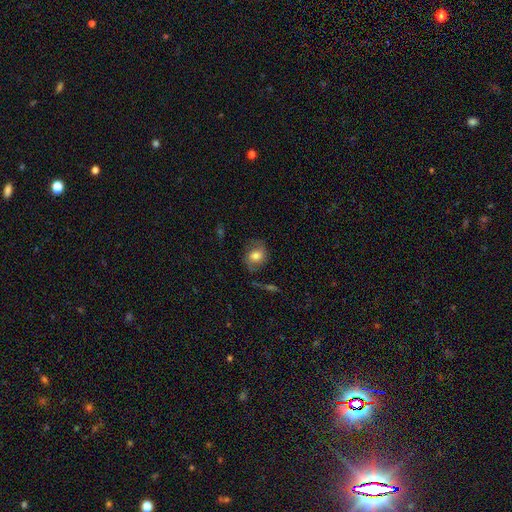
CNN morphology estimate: smooth-or-featured: smooth: 60% | featured or disk: 31% | star or artifact: 9%
  how-rounded: round: 55% | in between: 44% | cigar-shaped: 1%
  merging: none: 66% | minor disturbance: 20% | major disturbance: 11% | merger: 3%